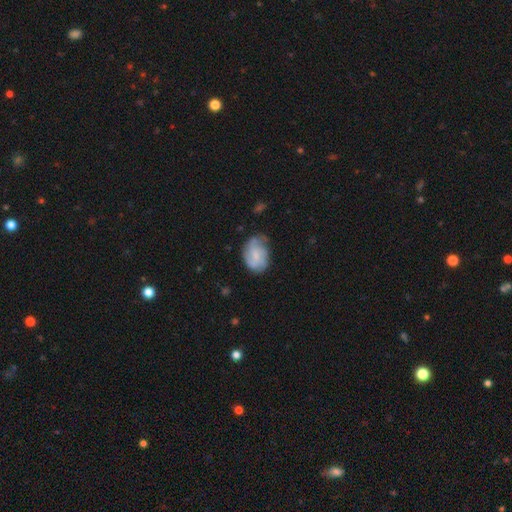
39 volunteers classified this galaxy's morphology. A featured or disk galaxy (56%) with a weak bar (50%), 4 (47%) medium (60%) spiral arms (75%) and a small central bulge (60%). Merging: none (57%).